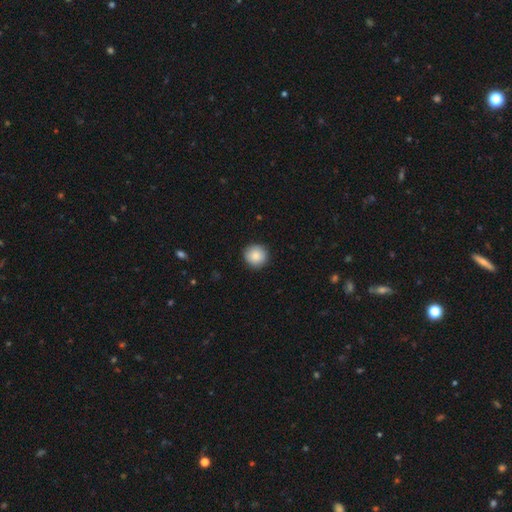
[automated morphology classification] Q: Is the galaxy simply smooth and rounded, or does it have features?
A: smooth — 88%.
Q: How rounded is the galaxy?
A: round — 94%.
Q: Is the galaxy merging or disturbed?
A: none — 91%.